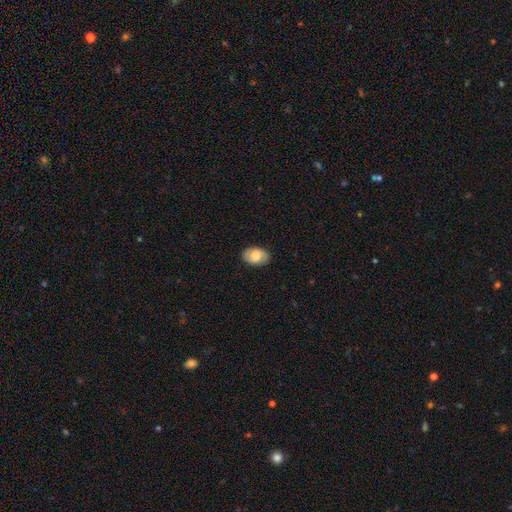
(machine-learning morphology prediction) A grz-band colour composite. It shows a smooth galaxy with no disk features (65%) that is in between round and cigar-shaped (87%). Merging: none (86%).